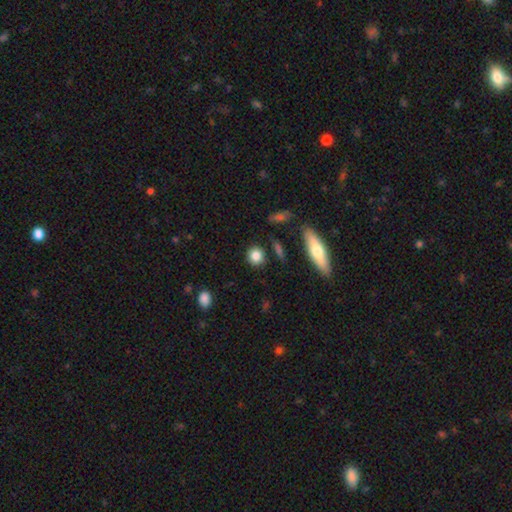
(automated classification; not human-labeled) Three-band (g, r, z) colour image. It shows a smooth galaxy with no disk features (84%) that is round (84%). Merging: none (86%).